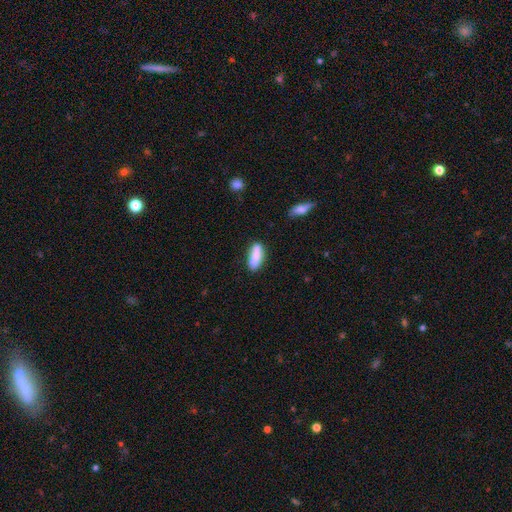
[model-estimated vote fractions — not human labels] Q: Smooth or featured?
A: smooth (84%); runner-up: featured or disk (9%)
Q: How rounded?
A: in between (65%); runner-up: cigar-shaped (32%)
Q: Merging?
A: none (74%); runner-up: minor disturbance (17%)